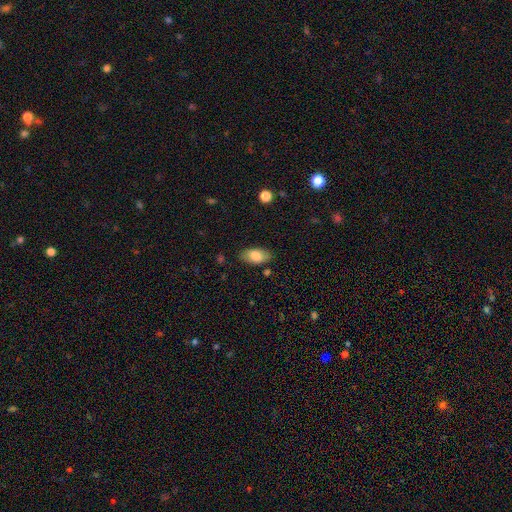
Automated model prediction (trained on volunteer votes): The model was most divided on "merging": none: 82%, minor disturbance: 13%, major disturbance: 4%, merger: 2%. More confident: how rounded — in between (93%); smooth or featured — smooth (81%).